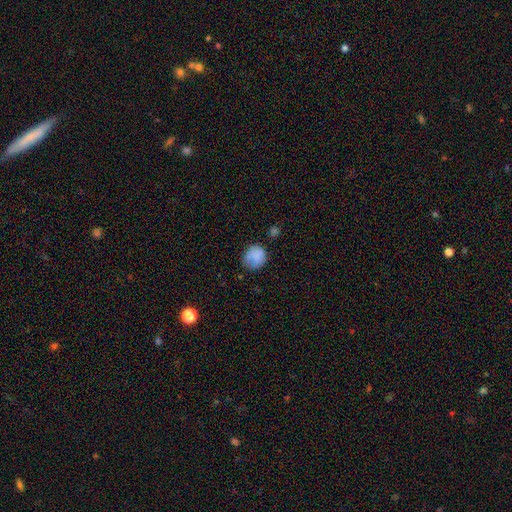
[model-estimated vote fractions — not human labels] smooth_or_featured: smooth (p=0.80) [alt: featured or disk p=0.11]
how_rounded: round (p=0.78) [alt: in between p=0.21]
merging: none (p=0.65) [alt: minor disturbance p=0.24]